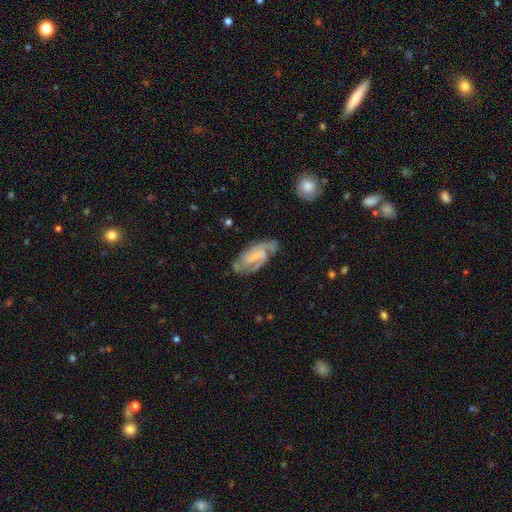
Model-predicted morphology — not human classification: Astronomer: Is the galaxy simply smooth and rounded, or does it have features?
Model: featured or disk — 79%.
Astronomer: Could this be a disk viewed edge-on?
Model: no — 95%.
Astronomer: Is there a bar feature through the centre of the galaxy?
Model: weak — 45% (runner-up: no, 35%).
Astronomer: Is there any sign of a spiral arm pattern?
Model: yes — 94%.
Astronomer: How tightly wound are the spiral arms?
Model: tight — 45% (runner-up: medium, 43%).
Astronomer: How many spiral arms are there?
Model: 2 — 57%.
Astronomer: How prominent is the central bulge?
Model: small — 44% (runner-up: none, 37%).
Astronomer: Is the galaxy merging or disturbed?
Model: none — 65%.